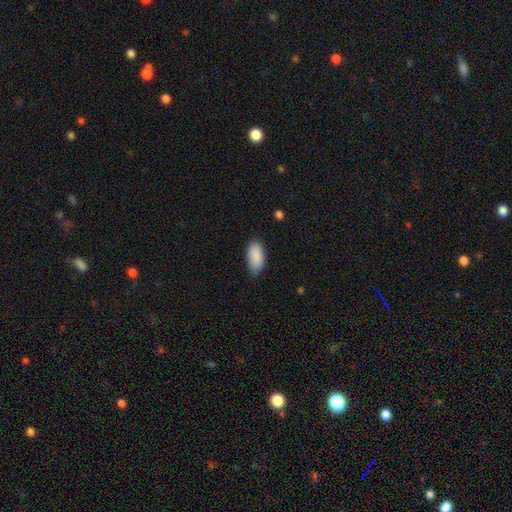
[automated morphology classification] This is clearly a smooth galaxy (90%). How rounded: clearly in between (93%). Merging: likely none (77%).